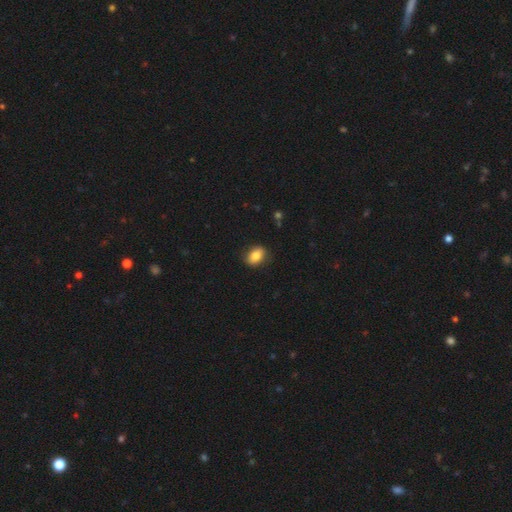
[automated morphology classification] This appears to be a smooth galaxy with no disk features (83%) that is in between round and cigar-shaped (76%). Merging: none (85%).